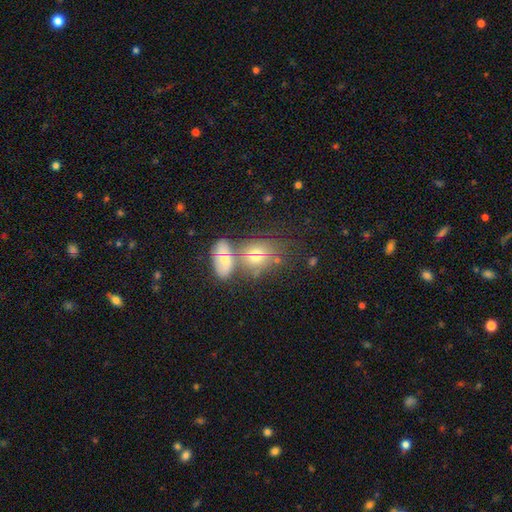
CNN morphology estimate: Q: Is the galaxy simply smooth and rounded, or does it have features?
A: smooth — 52%.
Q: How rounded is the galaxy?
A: in between — 66%.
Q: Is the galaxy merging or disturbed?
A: merger — 41%.